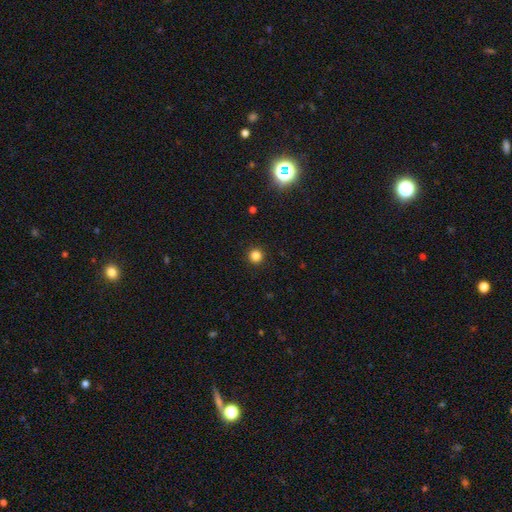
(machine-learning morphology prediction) Smooth or featured?
  - smooth: 83% *
  - star or artifact: 13%
  - featured or disk: 4%
How rounded?
  - round: 95% *
  - in between: 4%
  - cigar-shaped: 1%
Merging?
  - none: 93% *
  - minor disturbance: 4%
  - major disturbance: 2%
  - merger: 1%